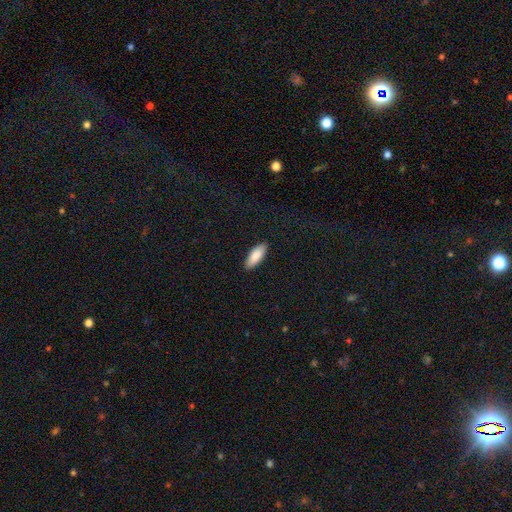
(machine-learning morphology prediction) type=smooth (87%); roundness=in between (72%); merging=none (90%).